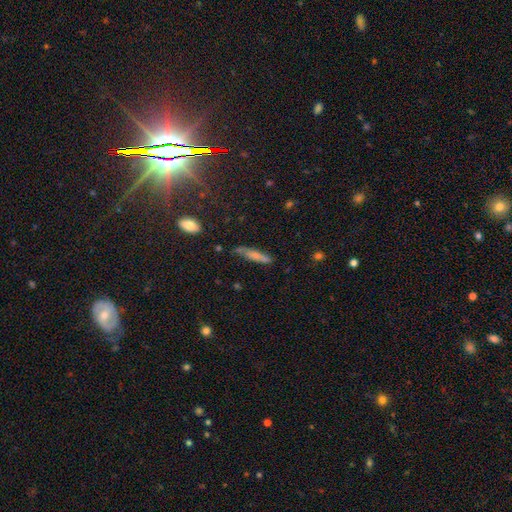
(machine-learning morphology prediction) Smooth or featured? smooth (66%)
How rounded? cigar-shaped (85%)
Merging? none (65%)